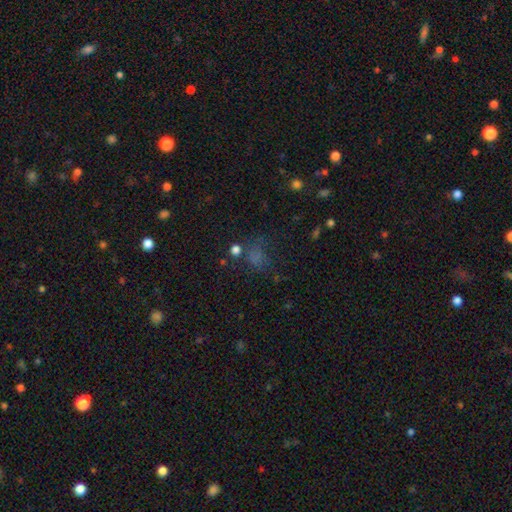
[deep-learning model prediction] Smooth or featured? smooth (58%)
How rounded? round (55%)
Merging? none (48%)